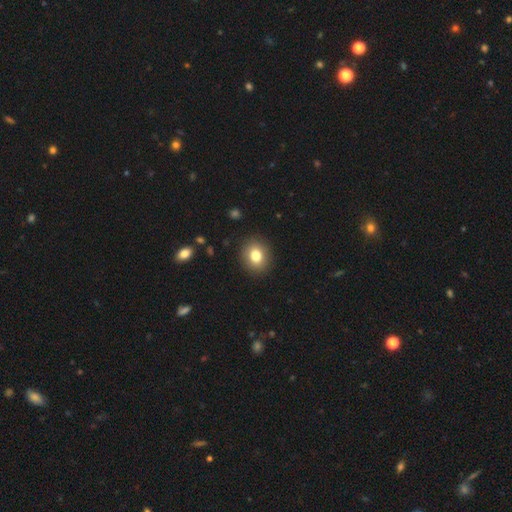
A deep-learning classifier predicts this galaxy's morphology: Smooth or featured?
  - smooth: 80% *
  - star or artifact: 10%
  - featured or disk: 10%
How rounded?
  - round: 63% *
  - in between: 36%
  - cigar-shaped: 1%
Merging?
  - none: 90% *
  - minor disturbance: 7%
  - major disturbance: 2%
  - merger: 1%